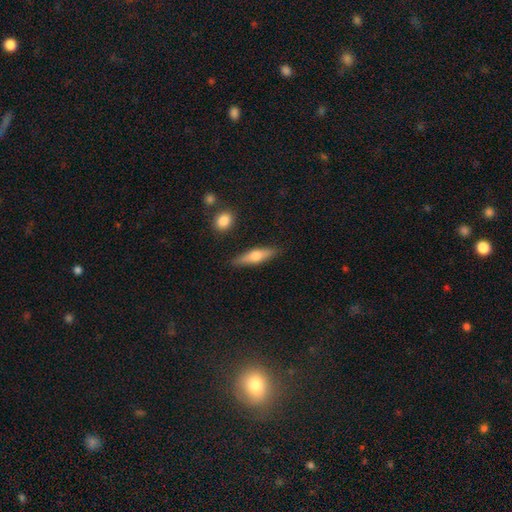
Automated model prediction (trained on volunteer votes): Morphology: type=smooth (54%); roundness=cigar-shaped (67%); merging=none (86%).